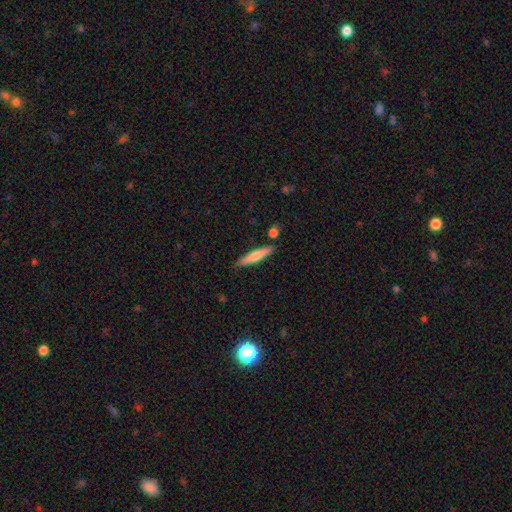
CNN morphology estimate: Smooth or featured? smooth (63%)
How rounded? cigar-shaped (89%)
Merging? none (85%)